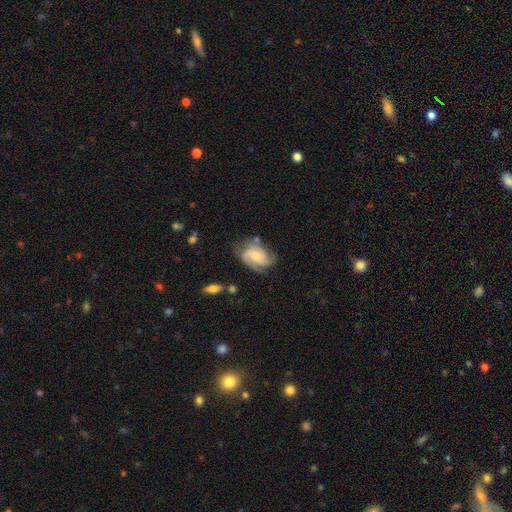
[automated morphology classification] Q: Smooth or featured?
A: featured or disk (74%); runner-up: smooth (20%)
Q: Edge-on disk?
A: no (97%); runner-up: yes (3%)
Q: Bar?
A: no (67%); runner-up: weak (28%)
Q: Spiral arms?
A: yes (93%); runner-up: no (7%)
Q: Spiral winding?
A: medium (44%); runner-up: tight (38%)
Q: Spiral arm count?
A: 3 (36%); runner-up: 2 (34%)
Q: Bulge size?
A: small (52%); runner-up: moderate (38%)
Q: Merging?
A: none (57%); runner-up: minor disturbance (26%)